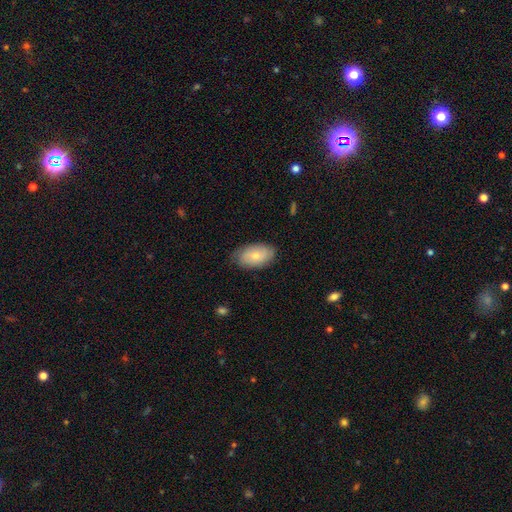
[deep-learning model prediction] The model was most divided on "smooth or featured": smooth: 74%, featured or disk: 19%, star or artifact: 6%. More confident: how rounded — in between (93%); merging — none (80%).